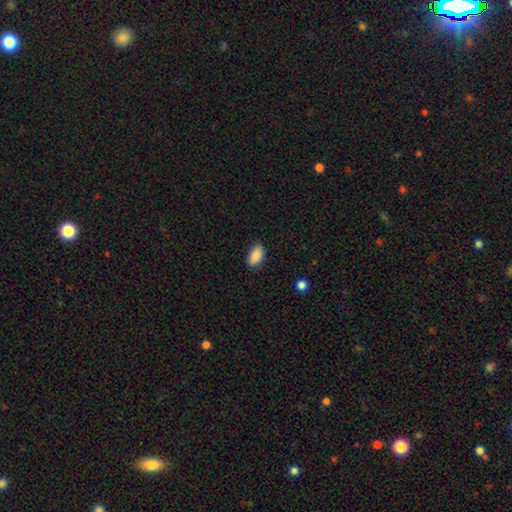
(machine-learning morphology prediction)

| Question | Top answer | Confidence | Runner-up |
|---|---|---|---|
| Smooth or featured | smooth | 87% | star or artifact (7%) |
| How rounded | in between | 93% | round (4%) |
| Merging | none | 84% | minor disturbance (13%) |